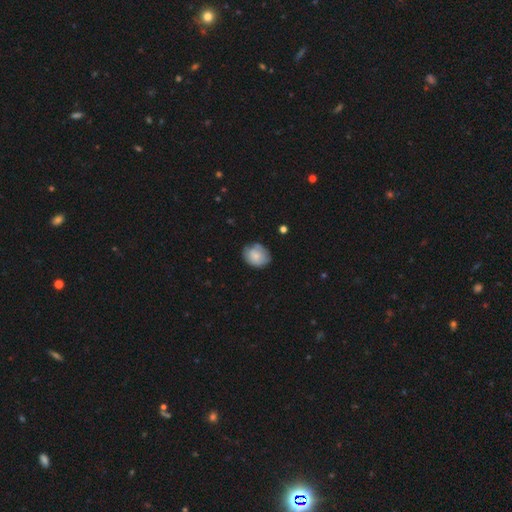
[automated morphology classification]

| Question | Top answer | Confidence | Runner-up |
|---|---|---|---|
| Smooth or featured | smooth | 70% | featured or disk (22%) |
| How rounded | round | 57% | in between (42%) |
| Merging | none | 64% | minor disturbance (28%) |